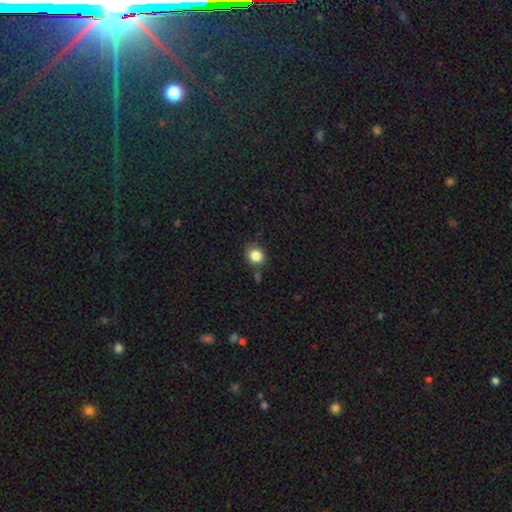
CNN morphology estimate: Smooth or featured? smooth (84%)
How rounded? round (74%)
Merging? none (73%)